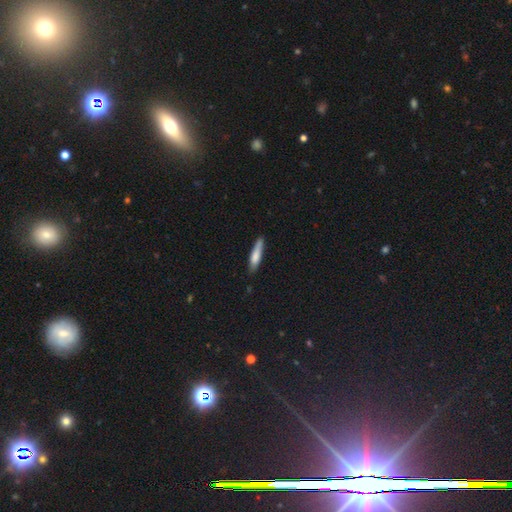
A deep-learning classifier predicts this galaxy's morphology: This is likely a smooth galaxy (75%). How rounded: clearly cigar-shaped (83%). Merging: likely none (75%).